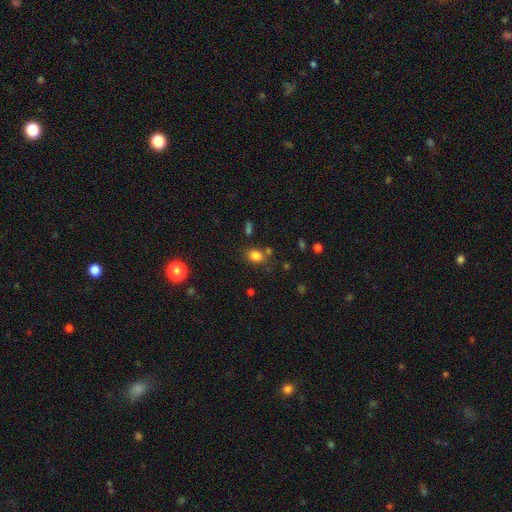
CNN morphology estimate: A smooth galaxy with no disk features (81%) that is in between round and cigar-shaped (55%).

Vote fractions:
- Smooth or featured? smooth: 81% / star or artifact: 13% / featured or disk: 6%
- How rounded? in between: 55% / round: 44% / cigar-shaped: 1%
- Merging? none: 71% / minor disturbance: 15% / merger: 9% / major disturbance: 5%